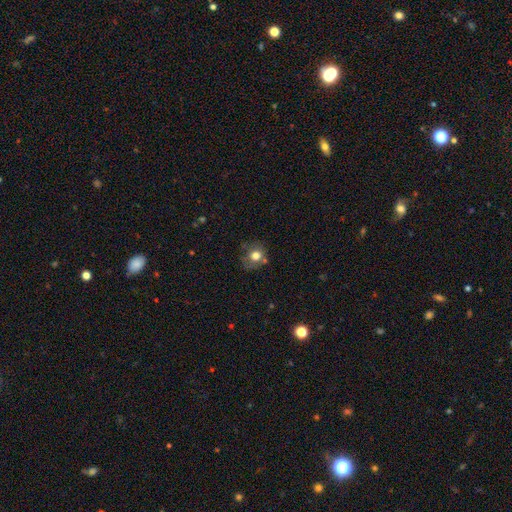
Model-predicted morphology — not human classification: smooth 72%, featured or disk 17%, star or artifact 11%. Down the decision tree: how rounded — round (78%); merging — none (62%).